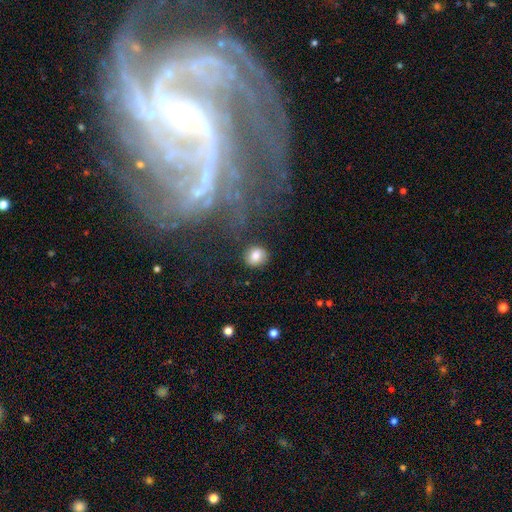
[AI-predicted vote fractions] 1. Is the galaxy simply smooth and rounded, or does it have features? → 78% smooth, 12% featured or disk, 10% star or artifact.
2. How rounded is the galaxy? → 70% round, 29% in between, 1% cigar-shaped.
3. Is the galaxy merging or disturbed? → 83% none, 11% minor disturbance, 4% major disturbance, 3% merger.